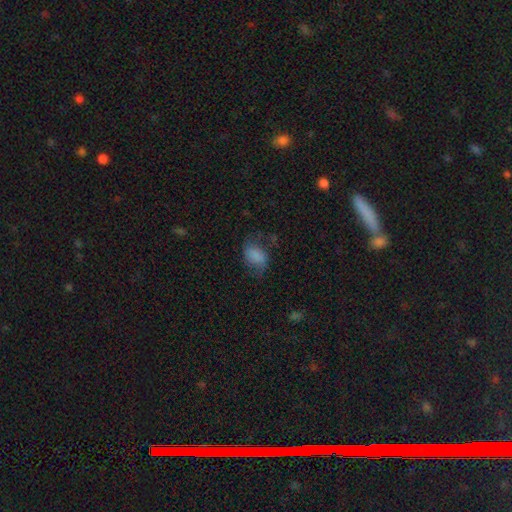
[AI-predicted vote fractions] Smooth or featured?
  - smooth: 65% *
  - featured or disk: 24%
  - star or artifact: 11%
How rounded?
  - in between: 79% *
  - round: 20%
  - cigar-shaped: 1%
Merging?
  - none: 52% *
  - minor disturbance: 26%
  - major disturbance: 21%
  - merger: 2%